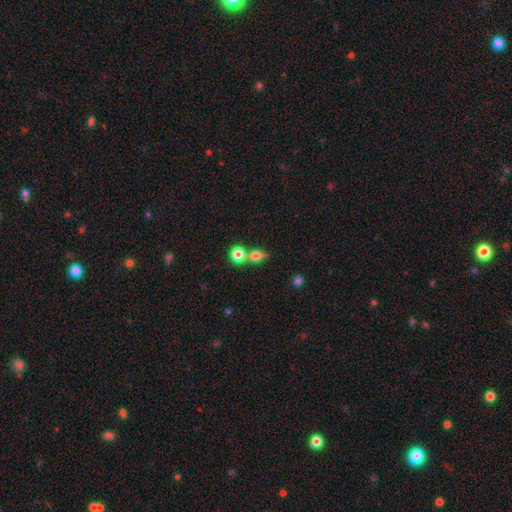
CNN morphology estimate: The model was most divided on "how rounded": in between: 46%, round: 45%, cigar-shaped: 9%. Remaining: smooth or featured — smooth (72%); merging — merger (44%).